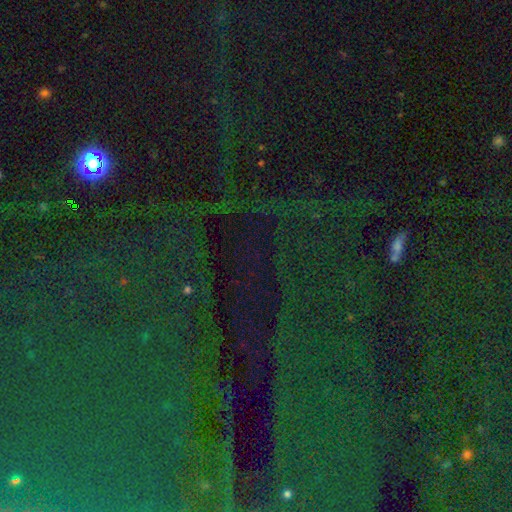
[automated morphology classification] star or artifact 78%, smooth 14%, featured or disk 8%.